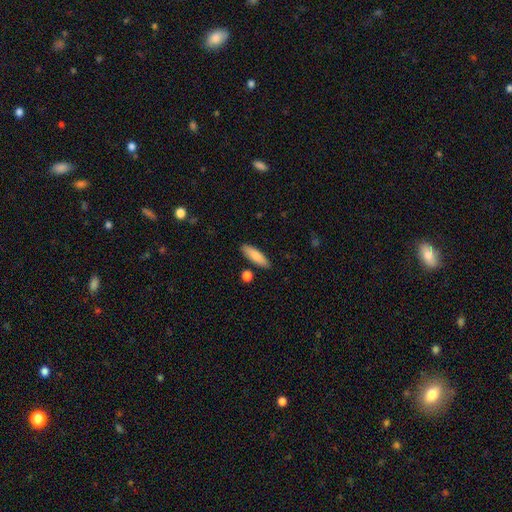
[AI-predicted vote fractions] smooth_or_featured: smooth (p=0.82) [alt: featured or disk p=0.12]
how_rounded: cigar-shaped (p=0.55) [alt: in between p=0.43]
merging: none (p=0.85) [alt: minor disturbance p=0.09]